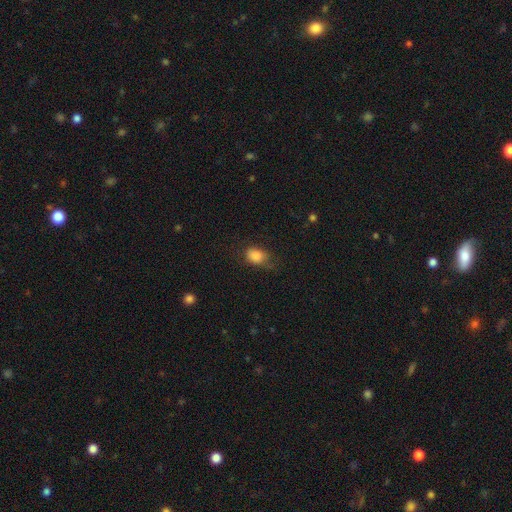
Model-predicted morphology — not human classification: Overall: smooth (84%). How rounded: in between (62%; round 36%). Merging: none (55%; minor disturbance 31%).